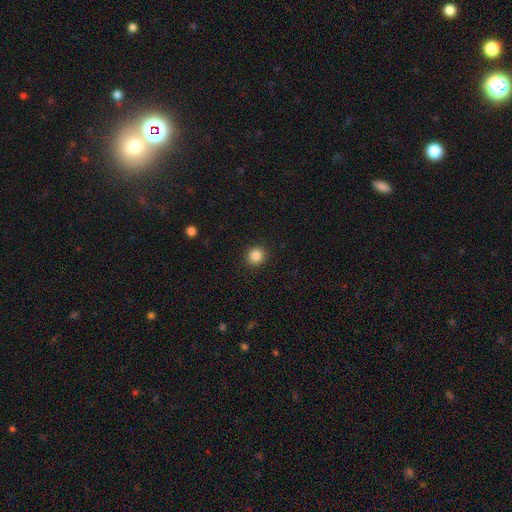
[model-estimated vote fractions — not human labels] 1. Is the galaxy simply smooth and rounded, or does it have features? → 86% smooth, 10% star or artifact, 4% featured or disk.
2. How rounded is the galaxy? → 89% round, 10% in between, 1% cigar-shaped.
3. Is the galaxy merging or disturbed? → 92% none, 6% minor disturbance, 2% major disturbance, 1% merger.